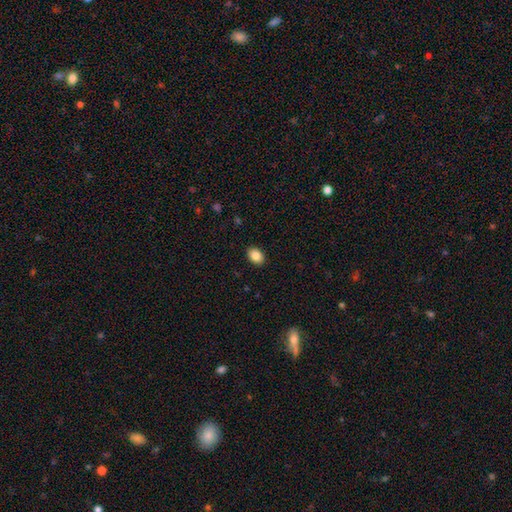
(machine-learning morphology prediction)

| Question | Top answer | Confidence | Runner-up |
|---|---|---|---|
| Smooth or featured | smooth | 87% | star or artifact (8%) |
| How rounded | in between | 80% | round (19%) |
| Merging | none | 90% | minor disturbance (7%) |